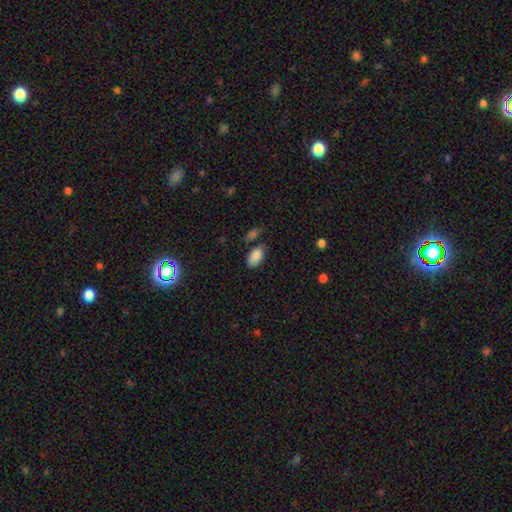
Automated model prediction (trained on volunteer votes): smooth_or_featured: smooth (p=0.86) [alt: star or artifact p=0.09]
how_rounded: in between (p=0.93) [alt: round p=0.04]
merging: none (p=0.64) [alt: minor disturbance p=0.22]